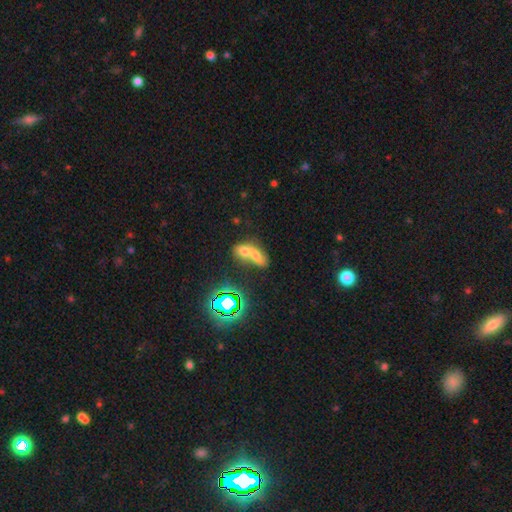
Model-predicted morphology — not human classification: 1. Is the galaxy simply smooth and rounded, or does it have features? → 57% smooth, 24% featured or disk, 19% star or artifact.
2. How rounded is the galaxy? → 73% in between, 19% round, 8% cigar-shaped.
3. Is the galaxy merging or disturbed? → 75% merger, 16% none, 5% minor disturbance, 4% major disturbance.